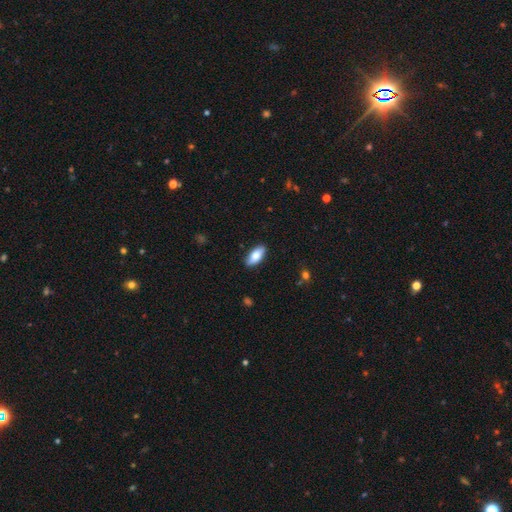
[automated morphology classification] This appears to be a smooth galaxy with no disk features (79%) that is in between round and cigar-shaped (86%). Merging: none (86%).